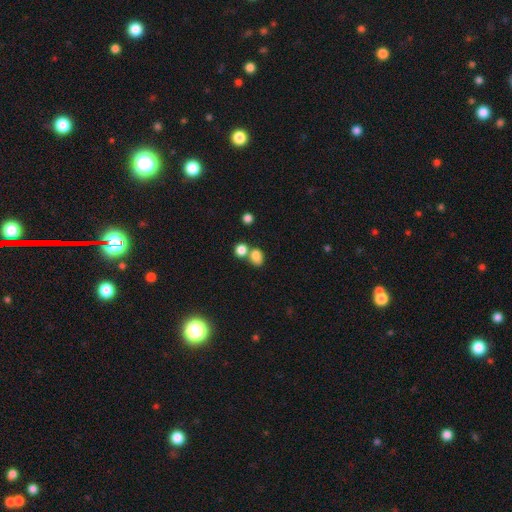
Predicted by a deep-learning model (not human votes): A smooth galaxy with no disk features (81%) that is in between round and cigar-shaped (60%).

Vote fractions:
- Smooth or featured? smooth: 81% / star or artifact: 12% / featured or disk: 7%
- How rounded? in between: 60% / round: 38% / cigar-shaped: 1%
- Merging? none: 46% / merger: 39% / minor disturbance: 10% / major disturbance: 4%